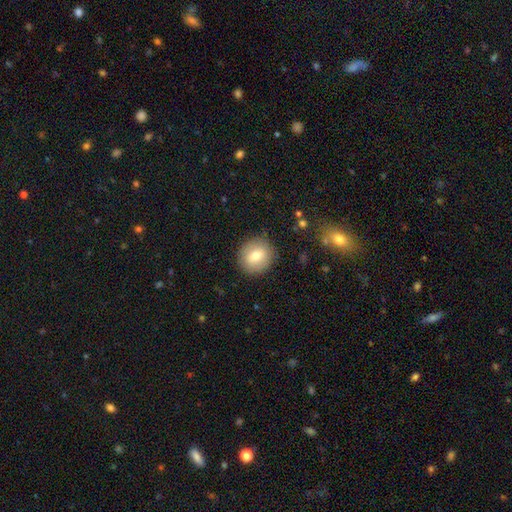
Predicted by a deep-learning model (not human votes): Smooth or featured: smooth — 74% (featured or disk — 17%)
How rounded: round — 86% (in between — 13%)
Merging: none — 88% (minor disturbance — 8%)